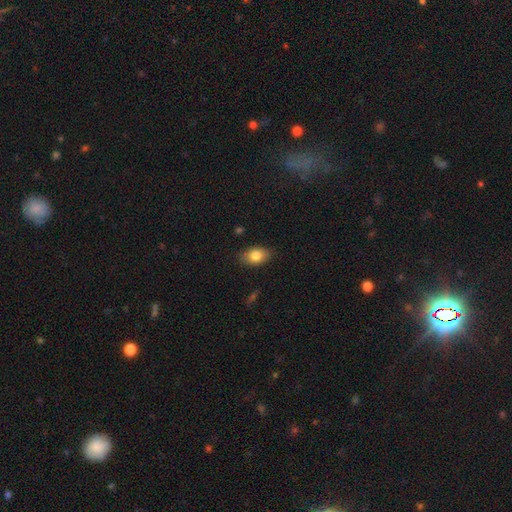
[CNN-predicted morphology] Overall: smooth (83%). How rounded: in between (88%). Merging: none (84%).